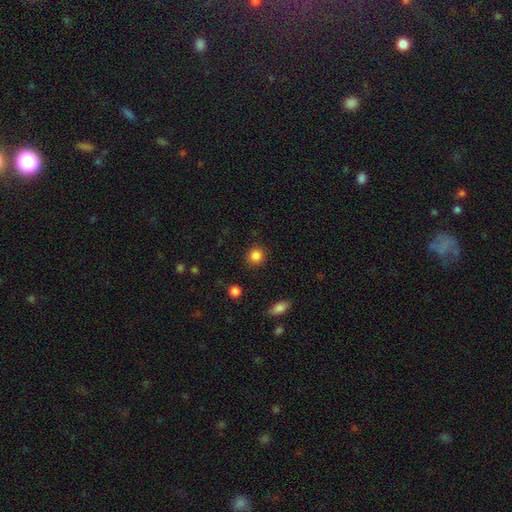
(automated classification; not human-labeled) This is clearly a smooth galaxy (86%). How rounded: clearly round (89%). Merging: clearly none (89%).